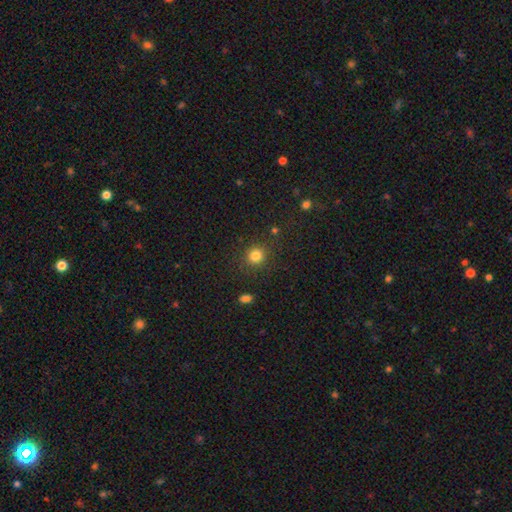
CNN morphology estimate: smooth_or_featured: smooth (p=0.83) [alt: star or artifact p=0.13]
how_rounded: round (p=0.90) [alt: in between p=0.10]
merging: none (p=0.86) [alt: minor disturbance p=0.08]